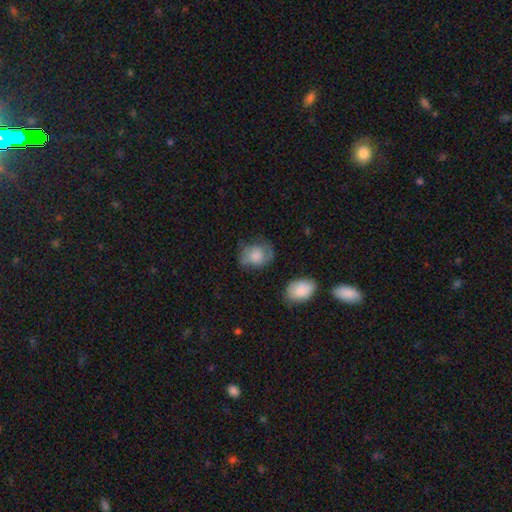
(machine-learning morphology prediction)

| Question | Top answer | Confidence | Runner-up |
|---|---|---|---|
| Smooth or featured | smooth | 64% | featured or disk (28%) |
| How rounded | round | 54% | in between (45%) |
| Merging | none | 54% | minor disturbance (28%) |